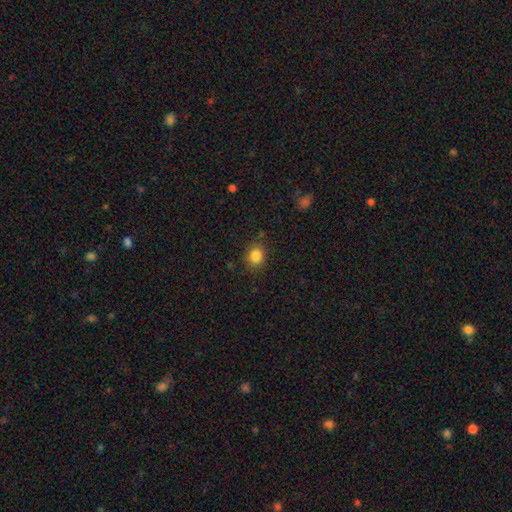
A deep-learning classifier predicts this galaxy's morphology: A smooth galaxy with no disk features (85%) that is round (74%).

Vote fractions:
- Smooth or featured? smooth: 85% / star or artifact: 11% / featured or disk: 5%
- How rounded? round: 74% / in between: 25% / cigar-shaped: 1%
- Merging? none: 85% / minor disturbance: 10% / major disturbance: 3% / merger: 2%